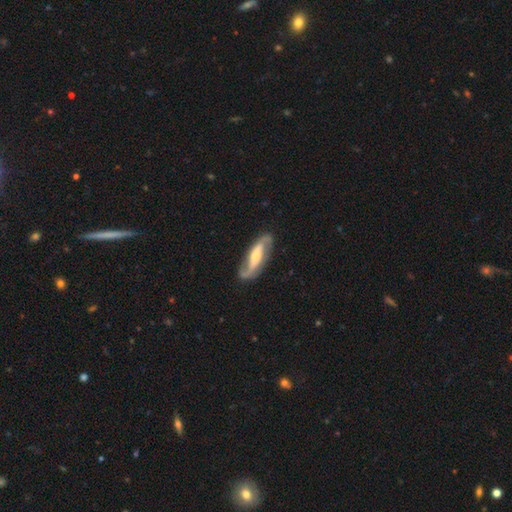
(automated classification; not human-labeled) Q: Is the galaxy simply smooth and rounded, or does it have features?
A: featured or disk — 82%.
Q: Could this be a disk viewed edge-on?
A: no — 89%.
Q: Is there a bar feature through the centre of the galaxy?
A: strong — 42%.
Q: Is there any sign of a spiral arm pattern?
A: yes — 94%.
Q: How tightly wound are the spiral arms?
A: medium — 41%, tied with loose.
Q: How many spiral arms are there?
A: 2 — 90%.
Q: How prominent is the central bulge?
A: moderate — 52%.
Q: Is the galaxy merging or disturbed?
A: none — 81%.